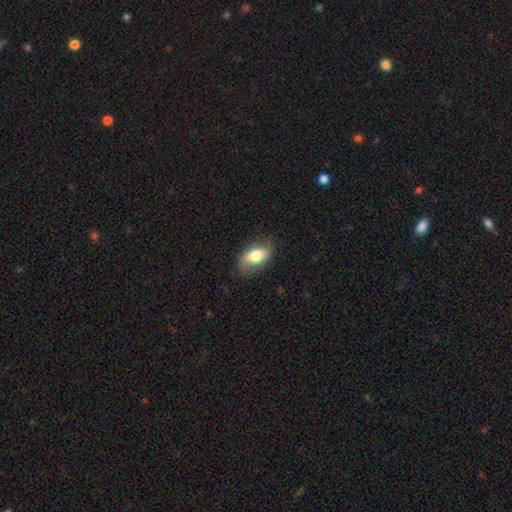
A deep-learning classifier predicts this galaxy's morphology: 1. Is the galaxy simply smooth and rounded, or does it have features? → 72% smooth, 21% featured or disk, 7% star or artifact.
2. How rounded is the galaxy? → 90% in between, 8% round, 3% cigar-shaped.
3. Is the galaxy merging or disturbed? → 76% none, 18% minor disturbance, 5% major disturbance, 1% merger.